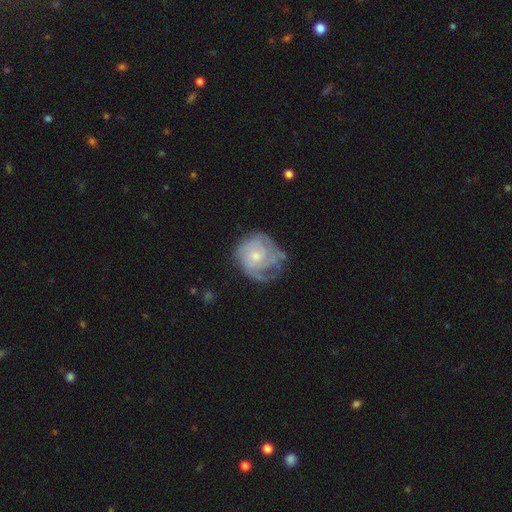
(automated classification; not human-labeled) featured or disk 74%, smooth 20%, star or artifact 6%. Down the decision tree: edge-on disk — no (98%); bar — no (74%); spiral arms — yes (88%); spiral arm count — can't tell (39%); spiral winding — tight (60%); bulge size — small (51%); merging — none (54%).